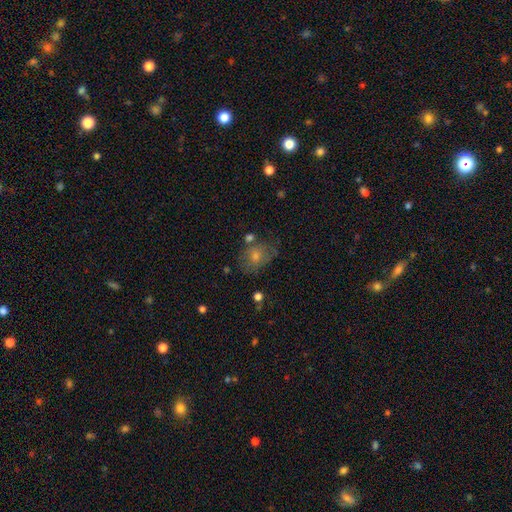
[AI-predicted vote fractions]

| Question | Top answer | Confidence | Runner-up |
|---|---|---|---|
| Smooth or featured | smooth | 49% | featured or disk (31%) |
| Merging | none | 62% | minor disturbance (21%) |